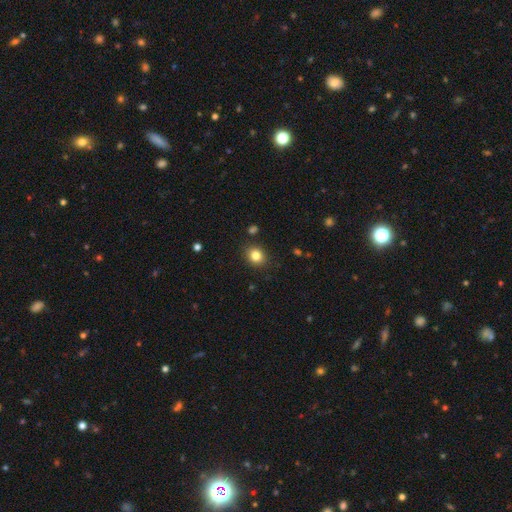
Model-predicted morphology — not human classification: Smooth or featured? Predicted: smooth (p=0.83). How rounded? Predicted: round (p=0.68). Merging? Predicted: none (p=0.88).